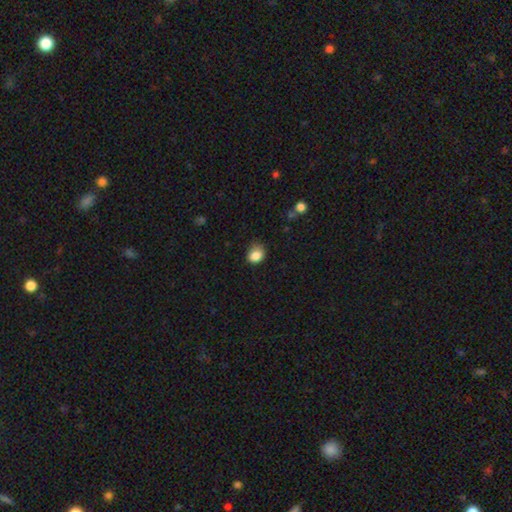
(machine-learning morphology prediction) Smooth or featured? Predicted: smooth (p=0.84). How rounded? Predicted: round (p=0.57). Merging? Predicted: none (p=0.59).